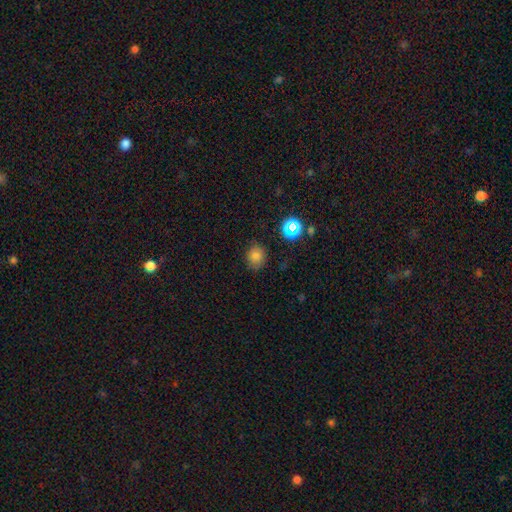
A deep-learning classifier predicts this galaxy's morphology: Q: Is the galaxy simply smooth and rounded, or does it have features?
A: smooth — 78%.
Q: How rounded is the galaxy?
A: round — 73%.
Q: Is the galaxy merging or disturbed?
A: none — 82%.